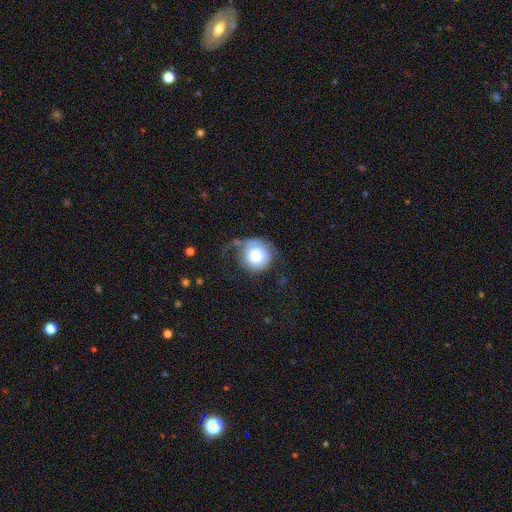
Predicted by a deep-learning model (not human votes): This appears to be a smooth galaxy with no disk features (61%) that is round (92%). Merging: none (49%).